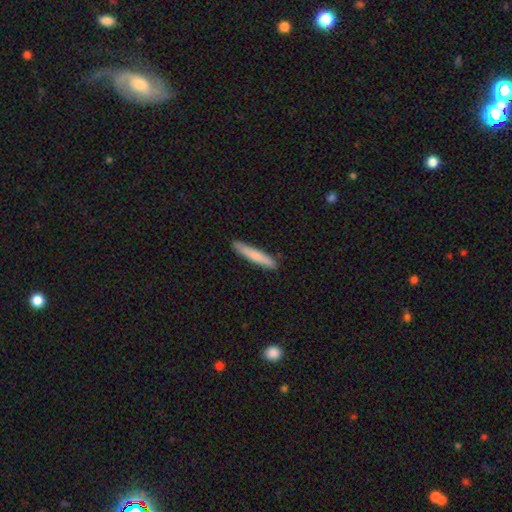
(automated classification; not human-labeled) A smooth galaxy with no disk features (74%) that is cigar-shaped (94%).

Vote fractions:
- Smooth or featured? smooth: 74% / featured or disk: 20% / star or artifact: 5%
- How rounded? cigar-shaped: 94% / in between: 5% / round: 1%
- Merging? none: 88% / minor disturbance: 9% / major disturbance: 2% / merger: 1%